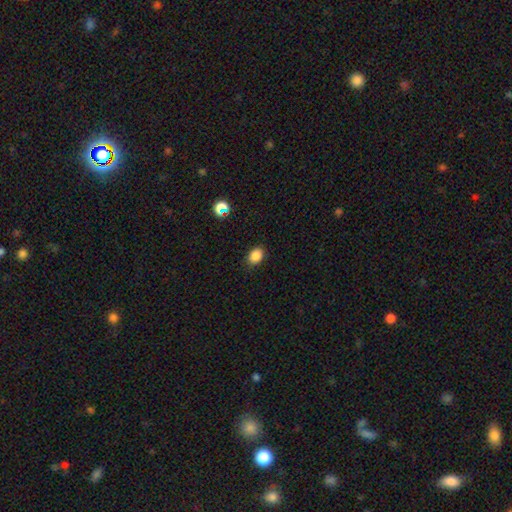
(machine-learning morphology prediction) This is clearly a smooth galaxy (85%). How rounded: likely in between (68%). Merging: clearly none (84%).